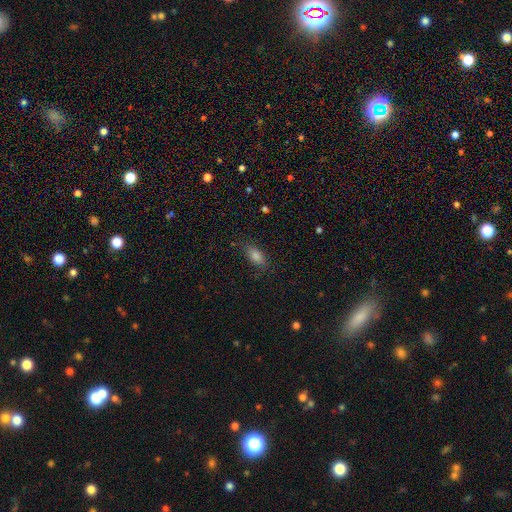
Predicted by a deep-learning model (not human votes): A smooth galaxy with no disk features (79%) that is in between round and cigar-shaped (83%).

Vote fractions:
- Smooth or featured? smooth: 79% / star or artifact: 13% / featured or disk: 8%
- How rounded? in between: 83% / cigar-shaped: 12% / round: 6%
- Merging? none: 82% / minor disturbance: 13% / major disturbance: 4% / merger: 1%